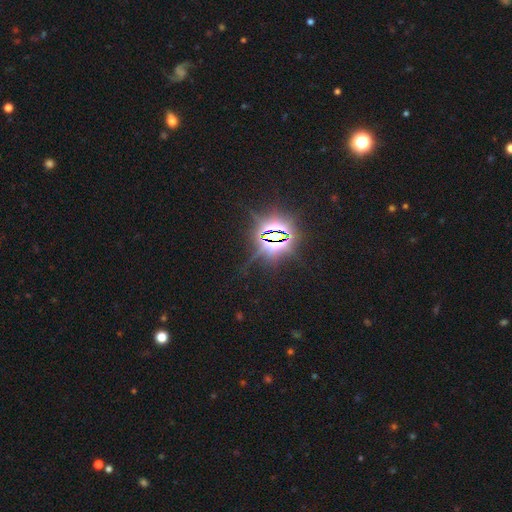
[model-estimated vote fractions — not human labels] Smooth or featured: star or artifact — 85% (smooth — 8%)